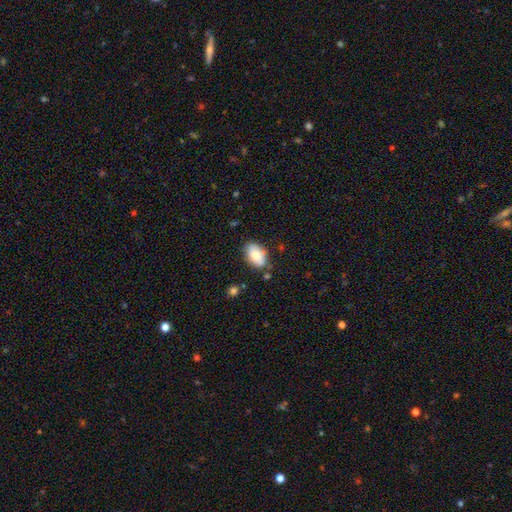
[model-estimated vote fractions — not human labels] Q: Smooth or featured?
A: smooth (76%); runner-up: featured or disk (17%)
Q: How rounded?
A: in between (91%); runner-up: round (8%)
Q: Merging?
A: none (76%); runner-up: minor disturbance (18%)